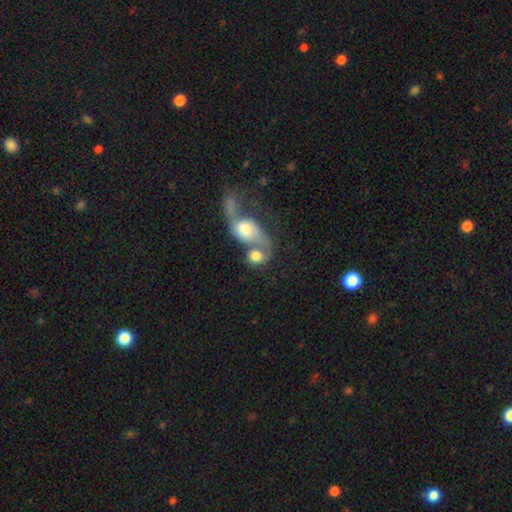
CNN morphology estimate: type=smooth (56%); roundness=round (52%); merging=merger (69%).